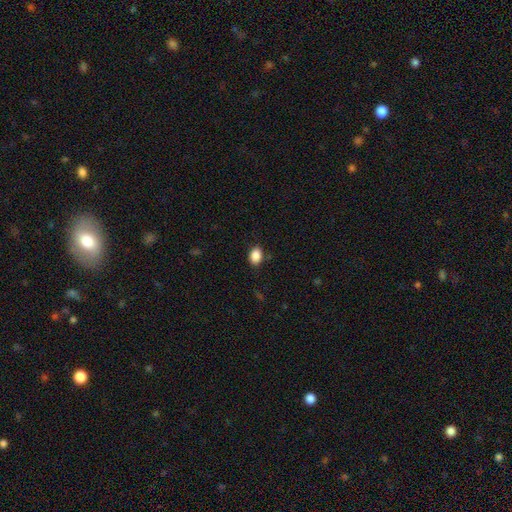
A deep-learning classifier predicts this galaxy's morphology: smooth-or-featured: smooth: 88% | star or artifact: 8% | featured or disk: 3%
  how-rounded: in between: 78% | round: 21% | cigar-shaped: 1%
  merging: none: 85% | minor disturbance: 11% | major disturbance: 3% | merger: 1%